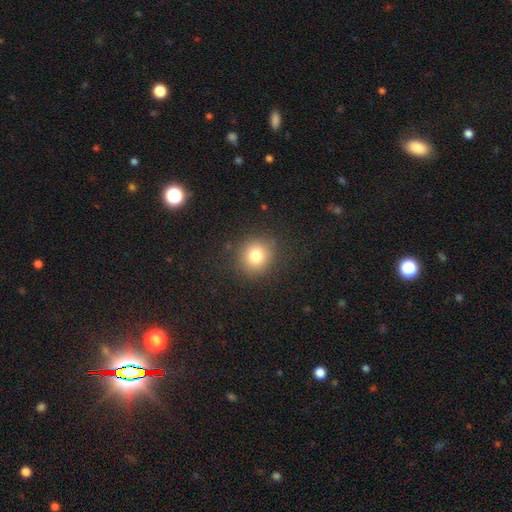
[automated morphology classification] A smooth galaxy with no disk features (79%) that is round (88%). Merging: none (88%).